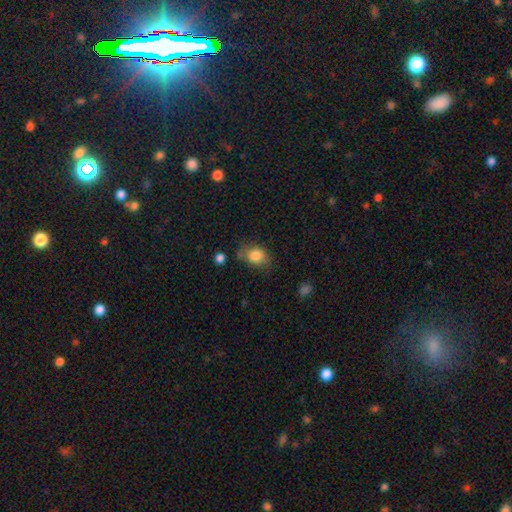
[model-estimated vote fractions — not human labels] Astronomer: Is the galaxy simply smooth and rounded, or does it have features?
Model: smooth — 83%.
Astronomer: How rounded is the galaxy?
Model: in between — 56% (runner-up: round, 43%).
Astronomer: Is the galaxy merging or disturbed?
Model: none — 63%.